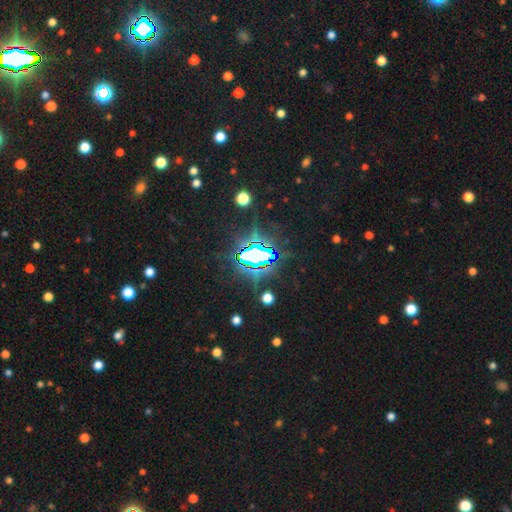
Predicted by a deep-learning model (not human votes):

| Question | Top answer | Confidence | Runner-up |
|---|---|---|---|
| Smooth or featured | star or artifact | 76% | smooth (12%) |